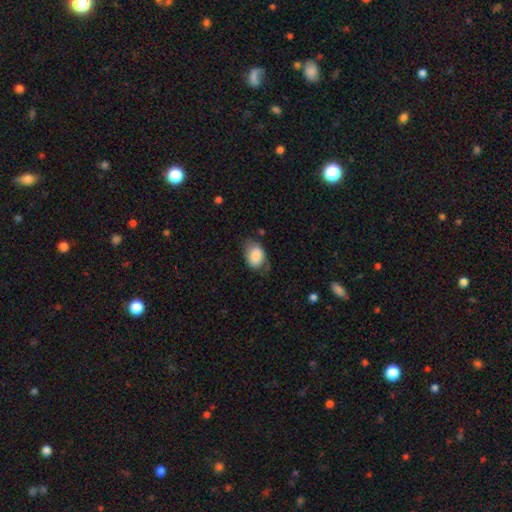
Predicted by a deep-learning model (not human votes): smooth_or_featured: smooth (p=0.80) [alt: featured or disk p=0.13]
how_rounded: in between (p=0.77) [alt: round p=0.21]
merging: none (p=0.52) [alt: minor disturbance p=0.31]